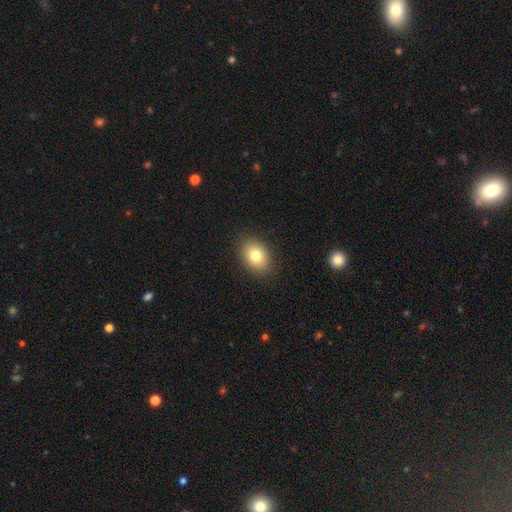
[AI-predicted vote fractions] smooth 80%, featured or disk 10%, star or artifact 9%. Down the decision tree: how rounded — in between (72%); merging — none (88%).